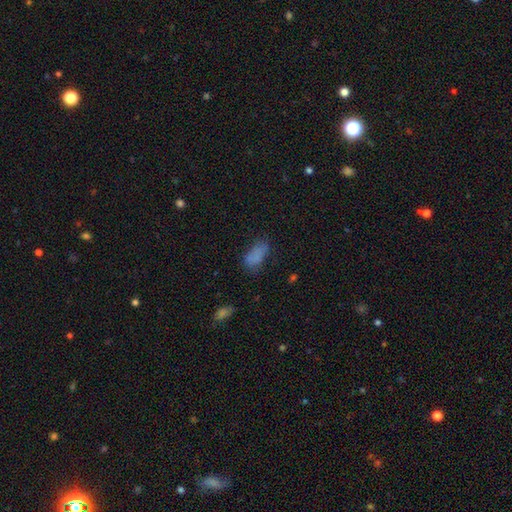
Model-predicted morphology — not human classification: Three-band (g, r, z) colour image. It shows a smooth galaxy with no disk features (77%) that is in between round and cigar-shaped (87%). Merging: none (52%).